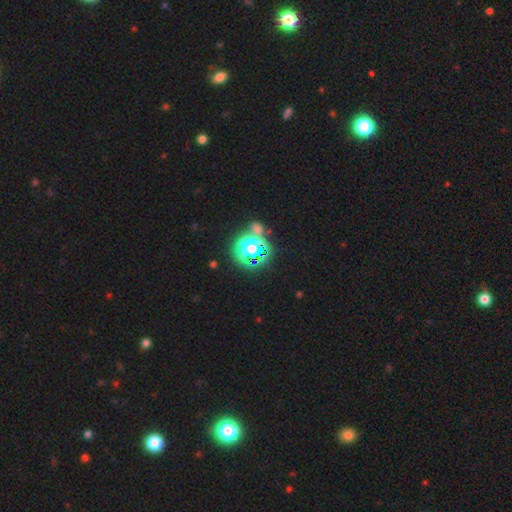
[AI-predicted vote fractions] Smooth or featured: star or artifact — 65% (smooth — 24%)